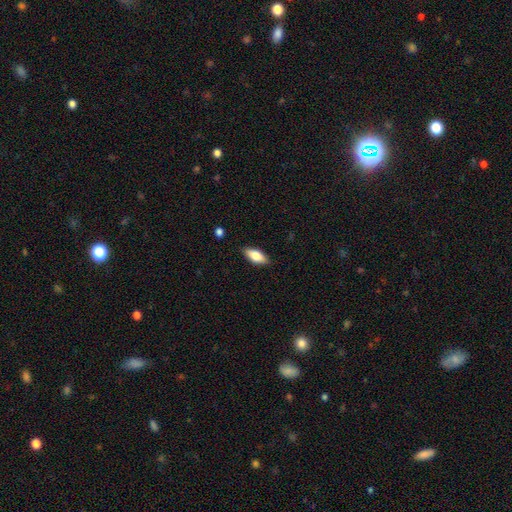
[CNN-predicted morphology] A smooth galaxy with no disk features (75%) that is in between round and cigar-shaped (81%). Merging: none (87%).